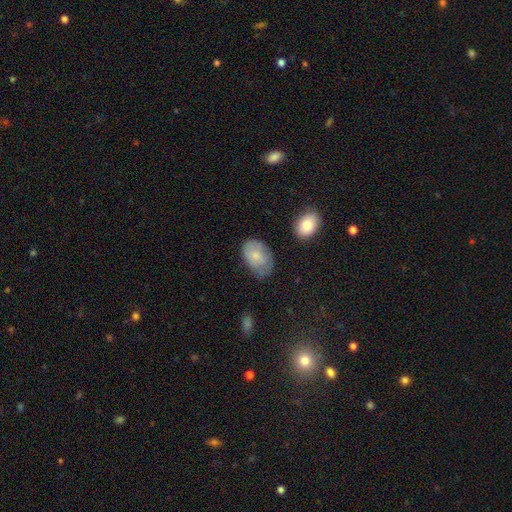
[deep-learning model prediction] Morphology: type=smooth (73%); roundness=in between (87%); merging=none (55%).